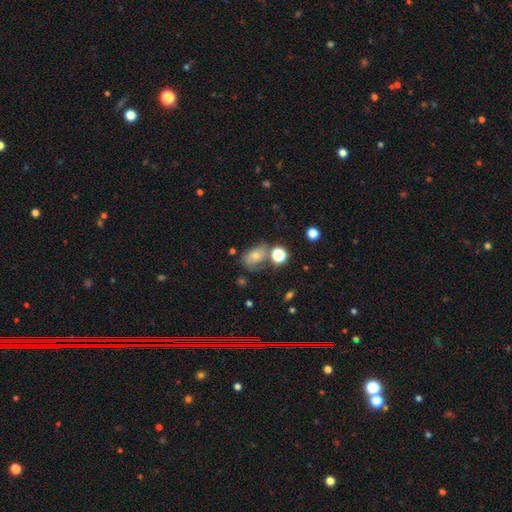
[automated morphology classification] Overall: smooth (47%; featured or disk 38%). Merging: none (45%; minor disturbance 25%).